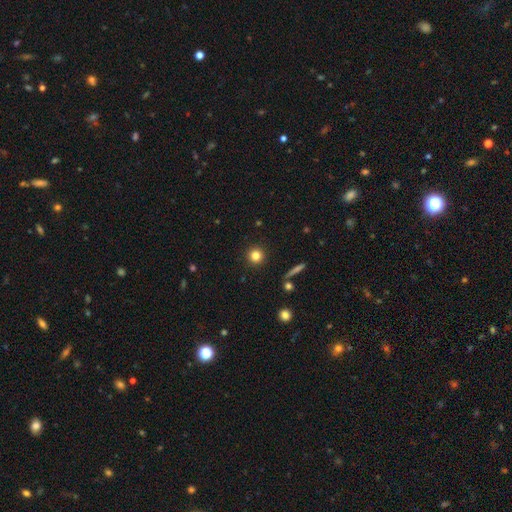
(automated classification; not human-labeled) A smooth galaxy with no disk features (81%) that is round (95%). Merging: none (92%).